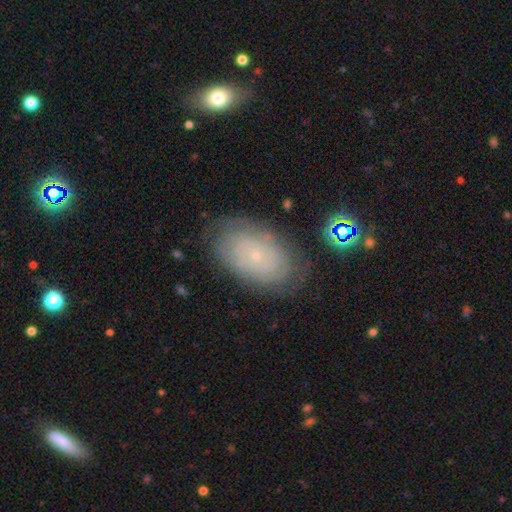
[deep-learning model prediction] This appears to be a featured or disk galaxy (62%) with no bar (89%), spiral arms (70%) and a small central bulge (88%). Merging: none (76%).